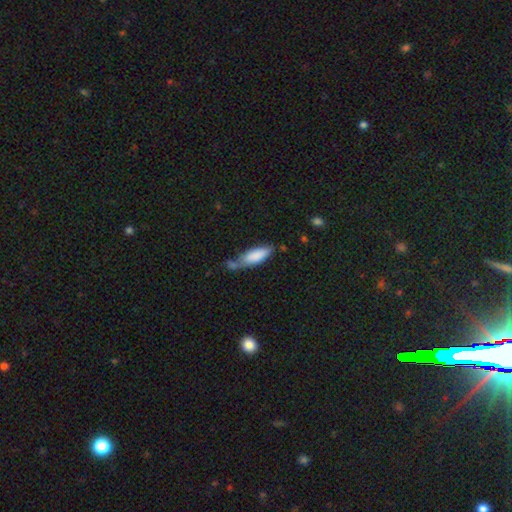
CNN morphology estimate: smooth-or-featured: smooth: 82% | featured or disk: 11% | star or artifact: 6%
  how-rounded: in between: 60% | cigar-shaped: 38% | round: 2%
  merging: none: 41% | minor disturbance: 29% | merger: 21% | major disturbance: 10%